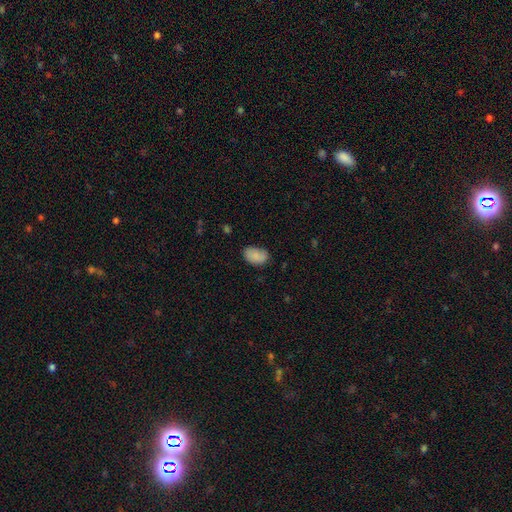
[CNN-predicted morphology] smooth 86%, star or artifact 7%, featured or disk 7%. Down the decision tree: how rounded — in between (90%); merging — none (74%).